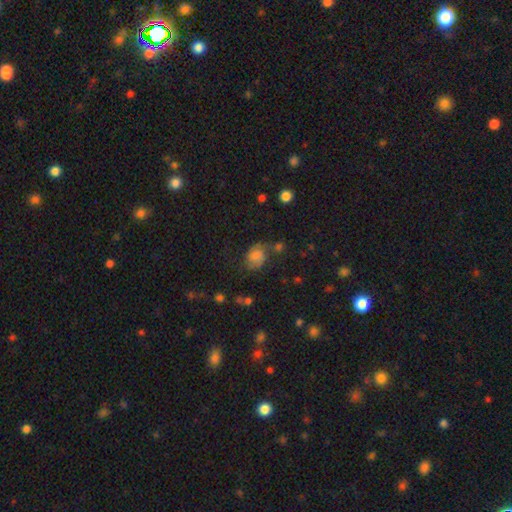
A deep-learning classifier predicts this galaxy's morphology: smooth-or-featured: smooth: 53% | featured or disk: 31% | star or artifact: 16%
  how-rounded: in between: 54% | round: 45% | cigar-shaped: 1%
  merging: none: 58% | minor disturbance: 23% | major disturbance: 13% | merger: 6%